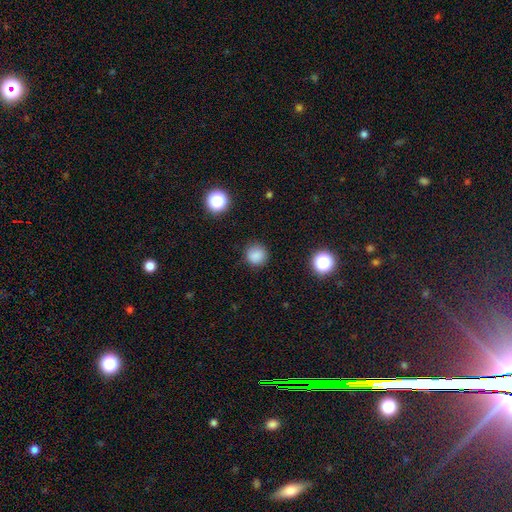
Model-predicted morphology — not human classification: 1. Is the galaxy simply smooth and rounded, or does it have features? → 83% smooth, 13% star or artifact, 4% featured or disk.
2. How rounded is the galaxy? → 92% round, 7% in between, 1% cigar-shaped.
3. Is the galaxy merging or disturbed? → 86% none, 10% minor disturbance, 3% major disturbance, 1% merger.